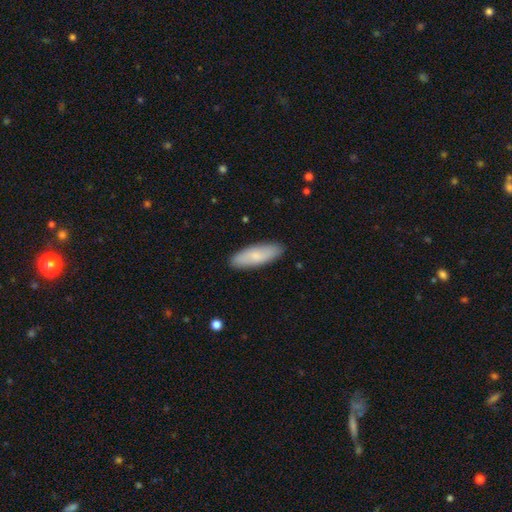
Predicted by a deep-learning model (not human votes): Smooth or featured: smooth — 77% (featured or disk — 18%)
How rounded: in between — 57% (cigar-shaped — 41%)
Merging: none — 89% (minor disturbance — 8%)